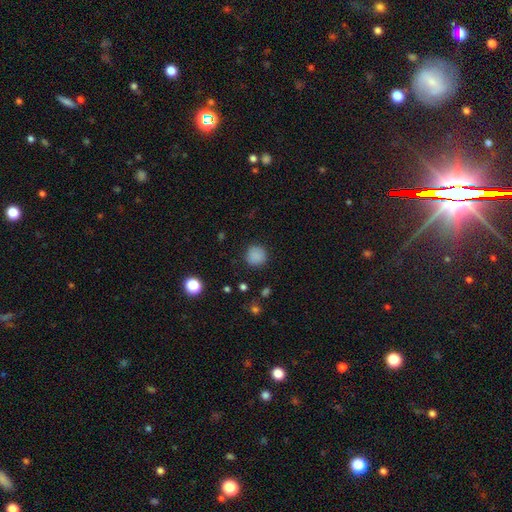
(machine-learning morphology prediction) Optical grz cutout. It shows a smooth galaxy with no disk features (86%) that is round (94%). Merging: none (89%).